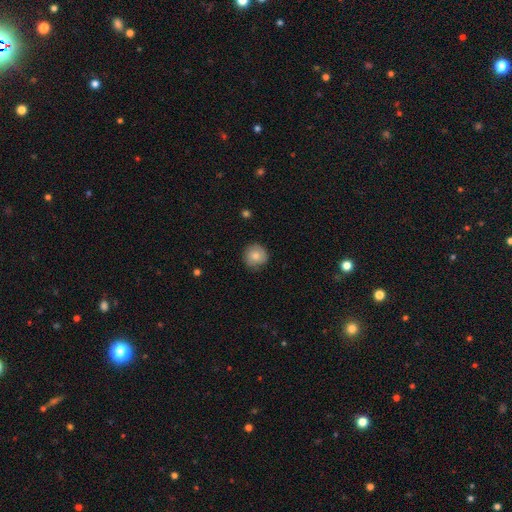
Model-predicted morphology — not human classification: type=smooth (76%); roundness=round (94%); merging=none (83%).